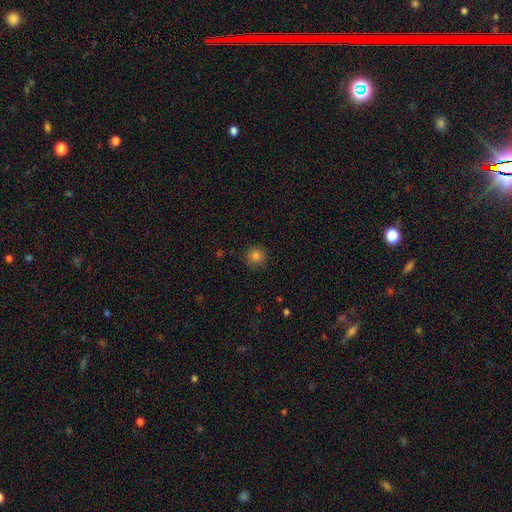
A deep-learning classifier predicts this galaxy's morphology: The model was most divided on "smooth or featured": smooth: 82%, star or artifact: 12%, featured or disk: 6%. More confident: how rounded — round (94%); merging — none (89%).